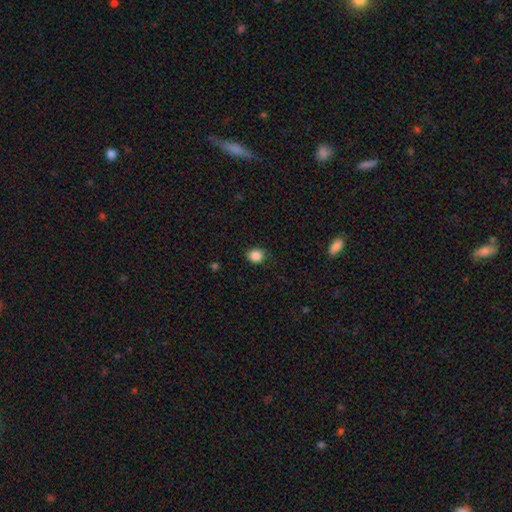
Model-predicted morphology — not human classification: Smooth or featured? Predicted: smooth (p=0.86). How rounded? Predicted: round (p=0.70). Merging? Predicted: none (p=0.86).